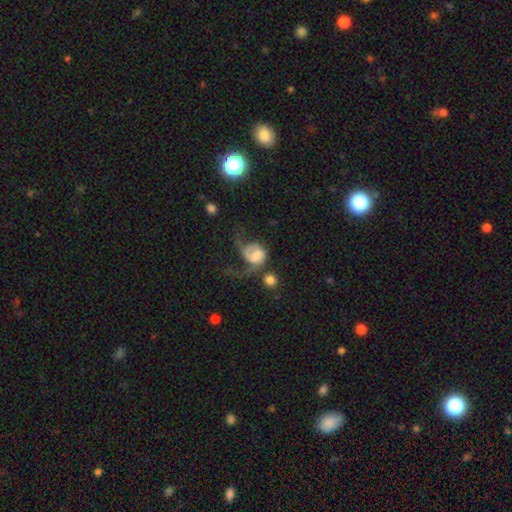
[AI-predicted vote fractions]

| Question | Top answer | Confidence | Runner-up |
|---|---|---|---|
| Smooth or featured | featured or disk | 54% | smooth (39%) |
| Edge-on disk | no | 97% | yes (3%) |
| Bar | no | 60% | weak (33%) |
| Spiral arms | yes | 77% | no (23%) |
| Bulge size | moderate | 43% | small (26%) |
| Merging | major disturbance | 52% | none (21%) |